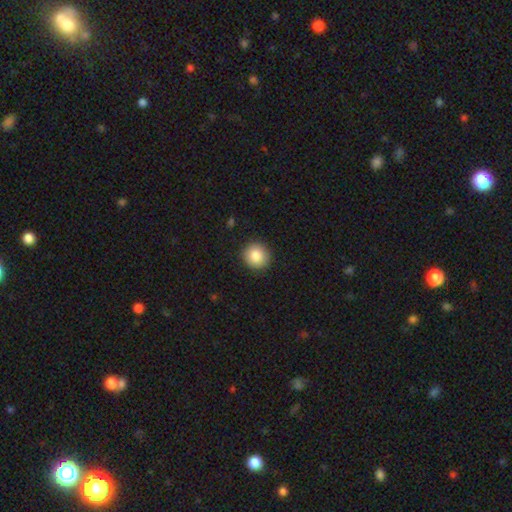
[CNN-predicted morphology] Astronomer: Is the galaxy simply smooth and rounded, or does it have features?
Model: smooth — 86%.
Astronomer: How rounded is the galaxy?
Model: round — 91%.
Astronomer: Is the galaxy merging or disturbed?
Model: none — 91%.